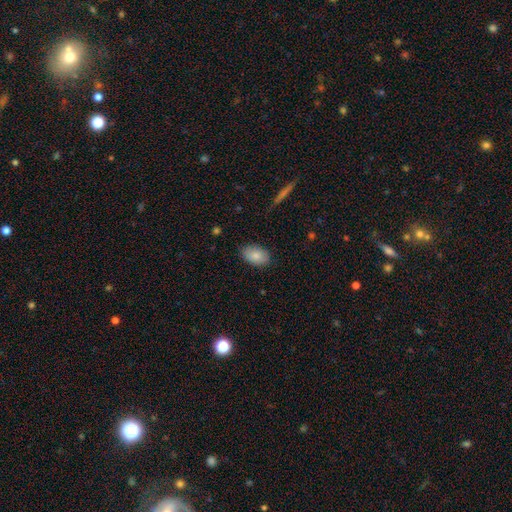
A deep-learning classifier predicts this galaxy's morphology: Smooth or featured? Predicted: smooth (p=0.85). How rounded? Predicted: in between (p=0.91). Merging? Predicted: none (p=0.83).